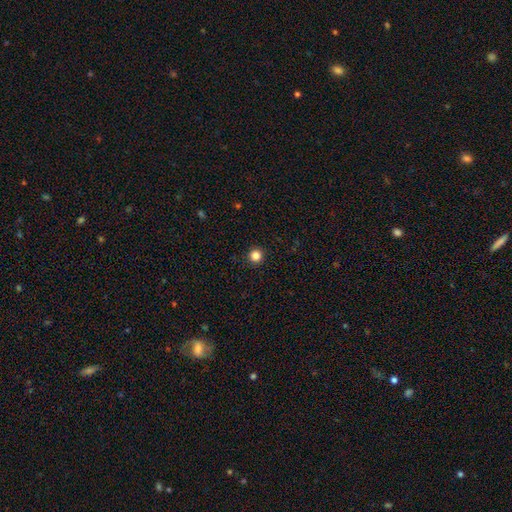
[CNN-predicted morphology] A smooth galaxy with no disk features (84%) that is round (95%). Merging: none (93%).